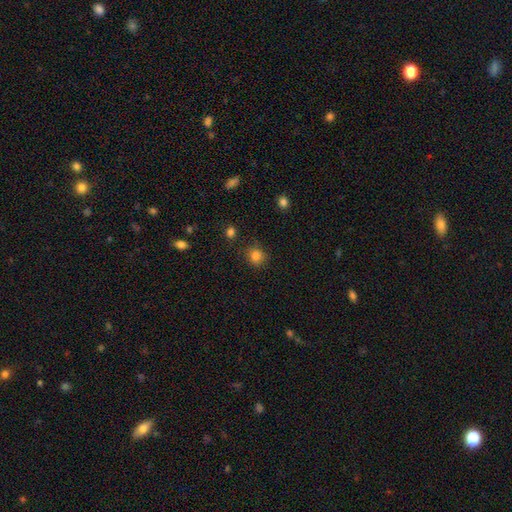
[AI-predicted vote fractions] smooth 83%, star or artifact 12%, featured or disk 5%. Down the decision tree: how rounded — round (80%); merging — none (81%).